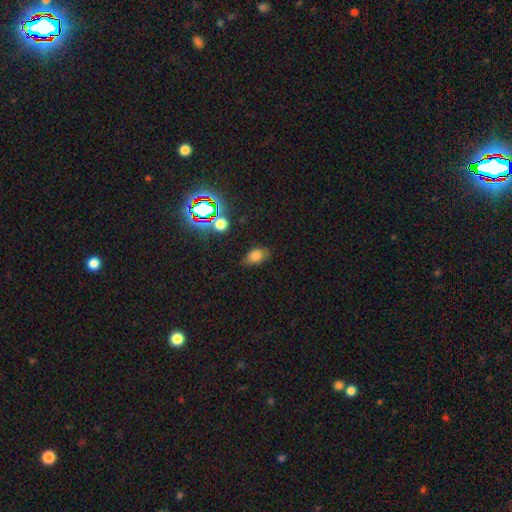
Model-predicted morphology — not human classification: Overall: smooth (74%). How rounded: in between (83%). Merging: none (70%).